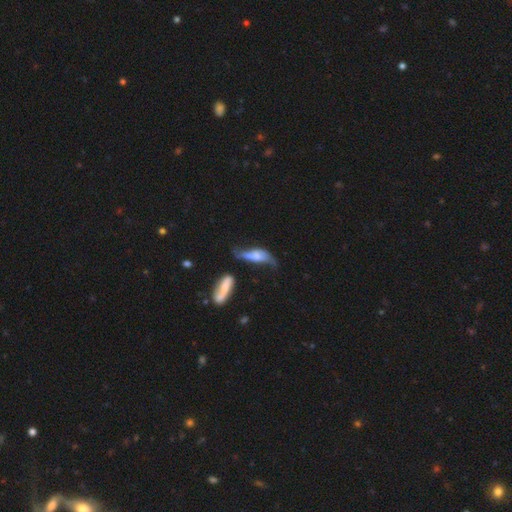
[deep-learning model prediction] A featured or disk galaxy (56%).

Vote fractions:
- Smooth or featured? featured or disk: 56% / smooth: 36% / star or artifact: 8%
- Edge-on disk? no: 70% / yes: 30%
- Merging? none: 34% / minor disturbance: 28% / major disturbance: 25% / merger: 14%